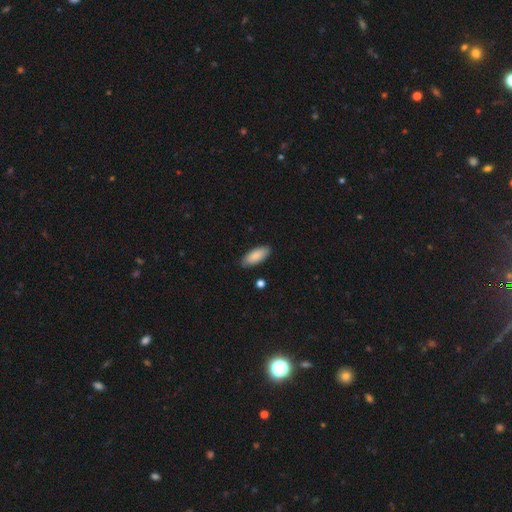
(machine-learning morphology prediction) This appears to be a smooth galaxy with no disk features (86%) that is in between round and cigar-shaped (84%). Merging: none (86%).